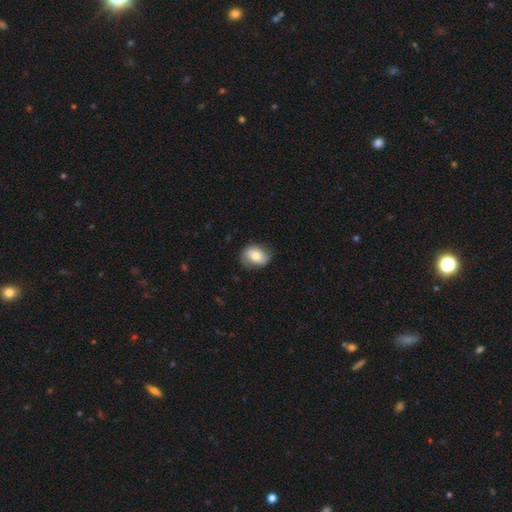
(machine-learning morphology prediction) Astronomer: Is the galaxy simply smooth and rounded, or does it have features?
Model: smooth — 66%.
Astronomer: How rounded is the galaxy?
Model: in between — 65%.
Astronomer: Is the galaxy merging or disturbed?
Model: none — 72%.